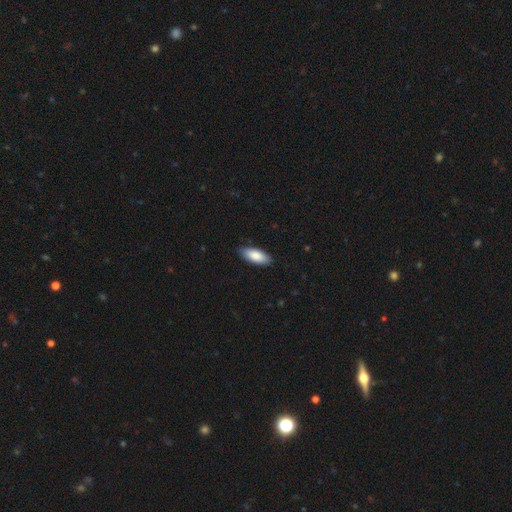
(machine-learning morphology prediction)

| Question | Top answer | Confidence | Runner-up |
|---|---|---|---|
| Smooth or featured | smooth | 86% | featured or disk (8%) |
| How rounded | in between | 84% | cigar-shaped (15%) |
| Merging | none | 87% | minor disturbance (11%) |